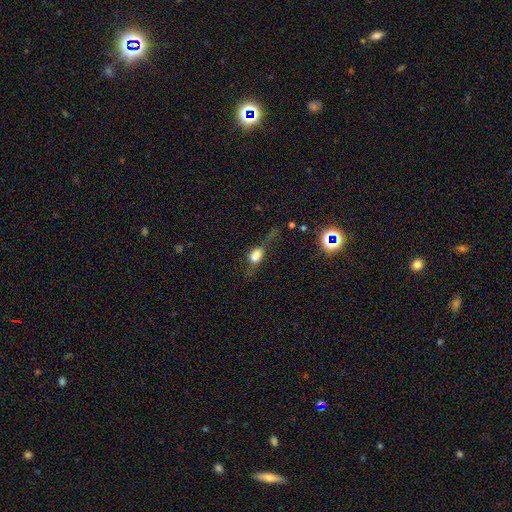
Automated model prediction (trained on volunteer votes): Morphology: type=smooth (55%); roundness=in between (70%); merging=major disturbance (38%).